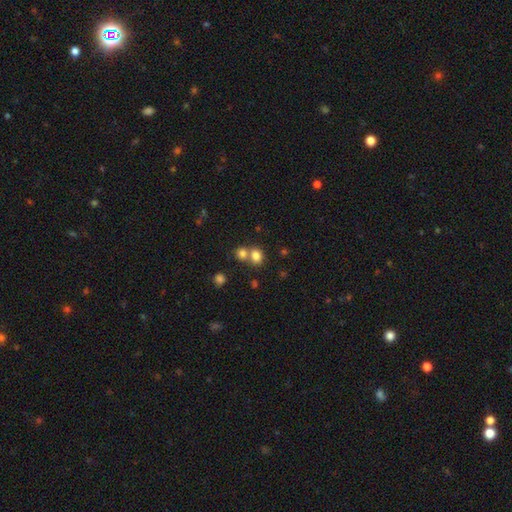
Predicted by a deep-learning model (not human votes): Overall: smooth (79%). How rounded: round (63%; in between 36%). Merging: merger (45%, tied with none).